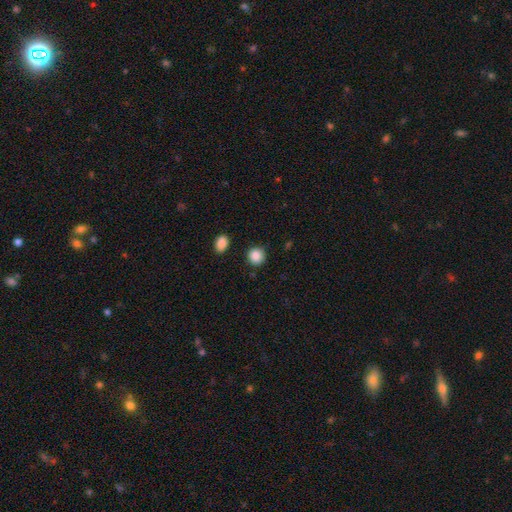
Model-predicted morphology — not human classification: smooth 88%, star or artifact 9%, featured or disk 3%. Down the decision tree: how rounded — round (90%); merging — none (88%).